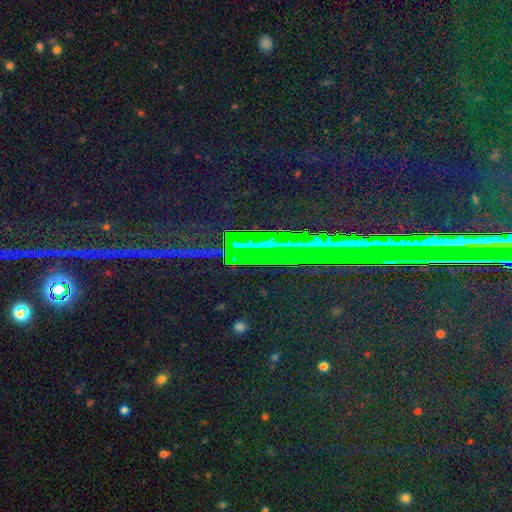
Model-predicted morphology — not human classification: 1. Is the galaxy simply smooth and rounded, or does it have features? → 85% star or artifact, 7% smooth, 7% featured or disk.